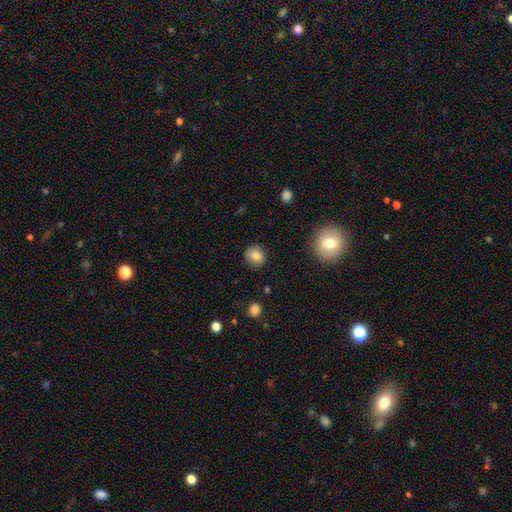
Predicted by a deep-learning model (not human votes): Q: Smooth or featured?
A: smooth (82%); runner-up: star or artifact (10%)
Q: How rounded?
A: round (80%); runner-up: in between (19%)
Q: Merging?
A: none (89%); runner-up: minor disturbance (8%)